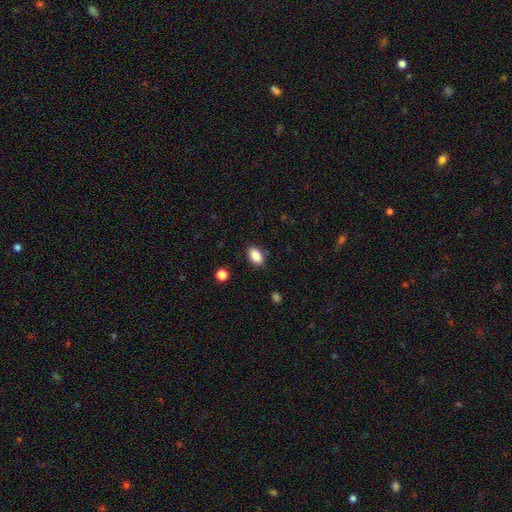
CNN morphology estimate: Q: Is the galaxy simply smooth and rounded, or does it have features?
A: smooth — 87%.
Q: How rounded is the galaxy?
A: in between — 91%.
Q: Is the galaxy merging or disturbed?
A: none — 87%.